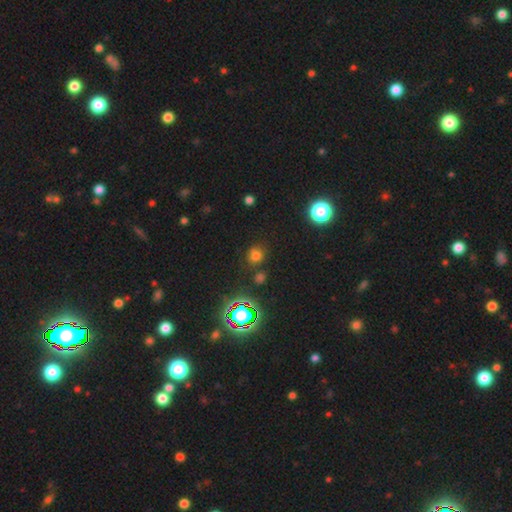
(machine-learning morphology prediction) smooth_or_featured: smooth (p=0.61) [alt: star or artifact p=0.32]
how_rounded: round (p=0.87) [alt: in between p=0.12]
merging: none (p=0.82) [alt: minor disturbance p=0.09]